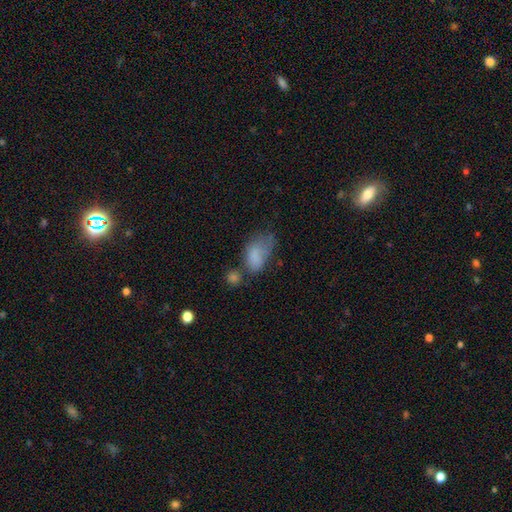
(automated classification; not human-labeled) smooth-or-featured: smooth: 72% | featured or disk: 17% | star or artifact: 11%
  how-rounded: in between: 89% | round: 8% | cigar-shaped: 3%
  merging: major disturbance: 30% | minor disturbance: 28% | none: 24% | merger: 18%